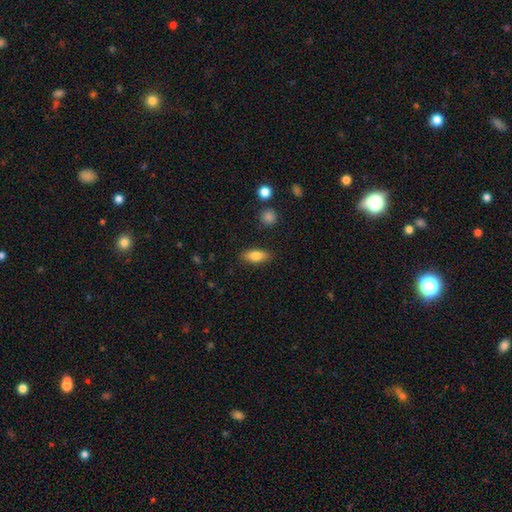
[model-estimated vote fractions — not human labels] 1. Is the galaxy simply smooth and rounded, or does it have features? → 80% smooth, 13% featured or disk, 7% star or artifact.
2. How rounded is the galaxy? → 77% in between, 19% cigar-shaped, 4% round.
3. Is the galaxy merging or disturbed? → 87% none, 9% minor disturbance, 2% major disturbance, 1% merger.